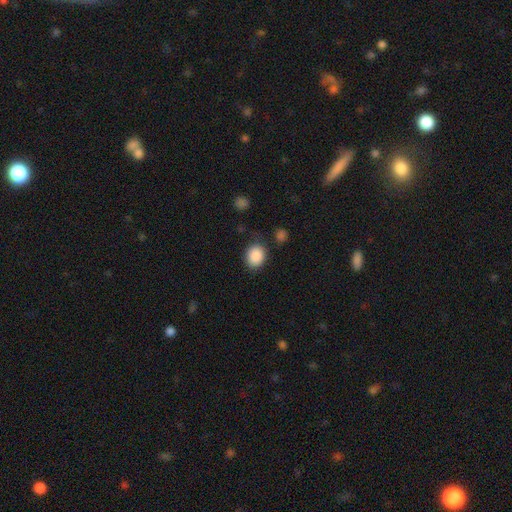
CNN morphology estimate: The model was most divided on "how rounded": round: 57%, in between: 42%, cigar-shaped: 1%. More confident: smooth or featured — smooth (88%); merging — none (77%).